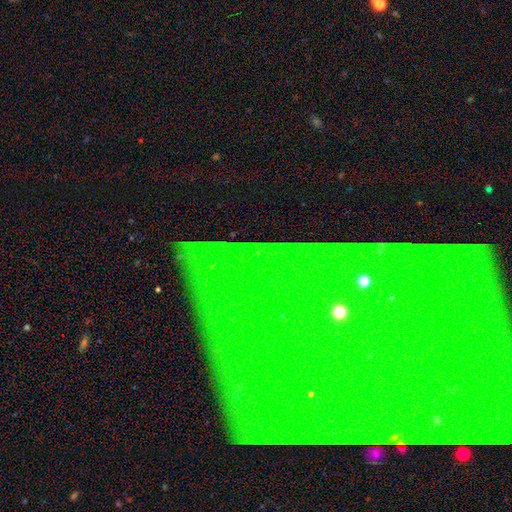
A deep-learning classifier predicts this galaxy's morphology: This is clearly a star or artifact rather than a galaxy (81%).